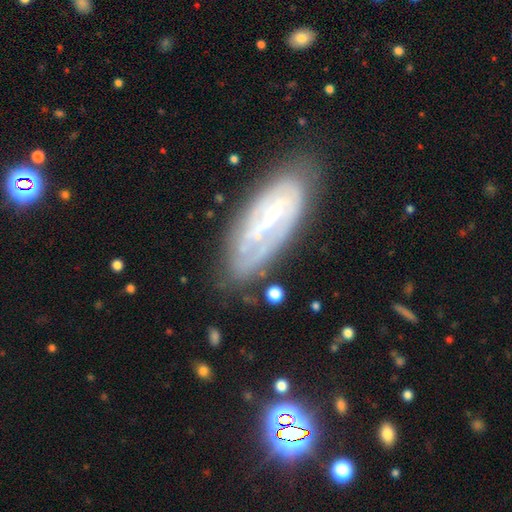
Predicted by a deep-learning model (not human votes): Overall: featured or disk (70%). Edge-on disk: no (88%). Bar: no (41%; weak 36%). Spiral arms: yes (64%; no 36%). Bulge size: small (50%; moderate 28%). Merging: none (64%).